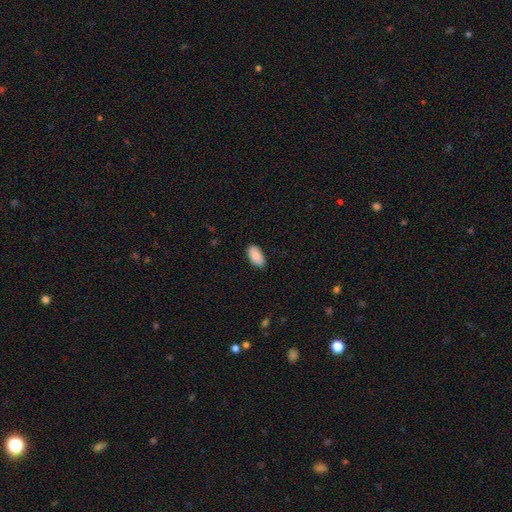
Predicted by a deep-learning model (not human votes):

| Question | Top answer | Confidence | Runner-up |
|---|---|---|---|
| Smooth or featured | smooth | 88% | star or artifact (6%) |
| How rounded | in between | 95% | cigar-shaped (3%) |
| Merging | none | 87% | minor disturbance (10%) |